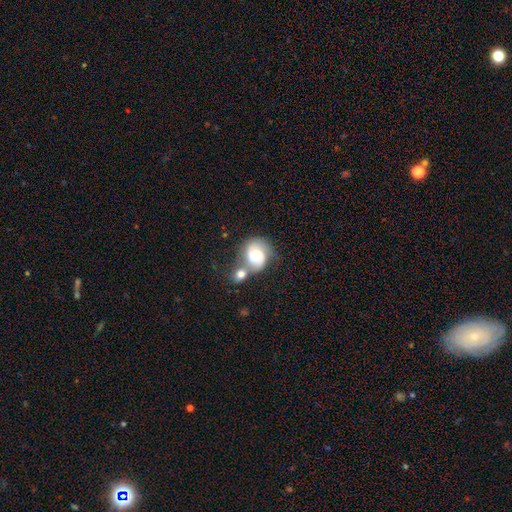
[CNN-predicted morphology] type=featured or disk (67%); edge-on=no (98%); bar=no (46%); spiral arms=yes (92%); winding=medium (49%); arm count=2 (79%); bulge=moderate (49%); merging=merger (44%).